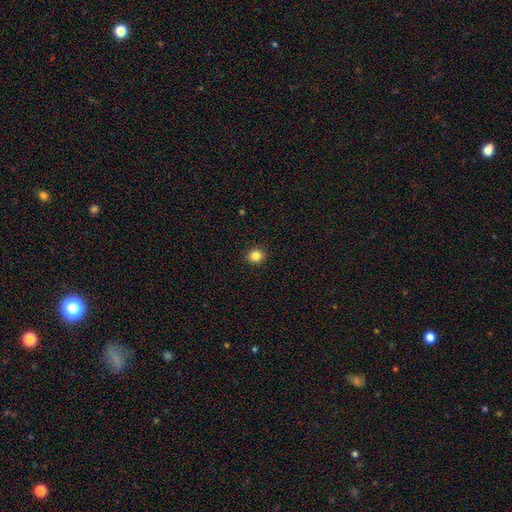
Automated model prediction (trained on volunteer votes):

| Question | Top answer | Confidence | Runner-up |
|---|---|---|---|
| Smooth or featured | smooth | 84% | star or artifact (11%) |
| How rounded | round | 86% | in between (13%) |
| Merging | none | 93% | minor disturbance (5%) |